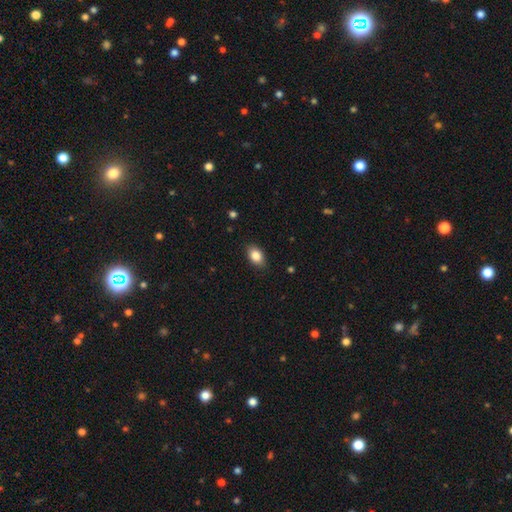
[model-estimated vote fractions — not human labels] Q: Smooth or featured?
A: smooth (86%); runner-up: star or artifact (8%)
Q: How rounded?
A: in between (87%); runner-up: round (12%)
Q: Merging?
A: none (86%); runner-up: minor disturbance (10%)